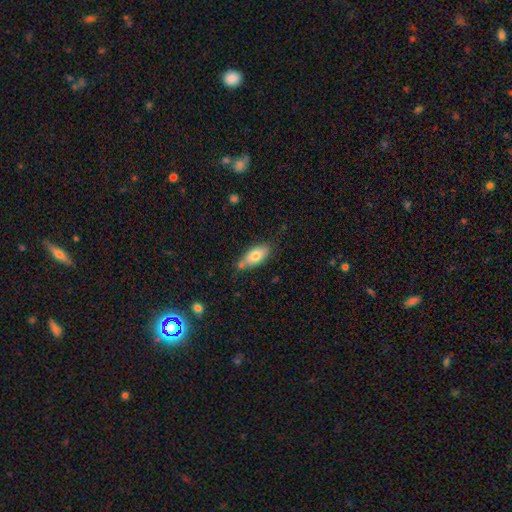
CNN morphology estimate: Smooth or featured? smooth (76%)
How rounded? in between (85%)
Merging? none (66%)